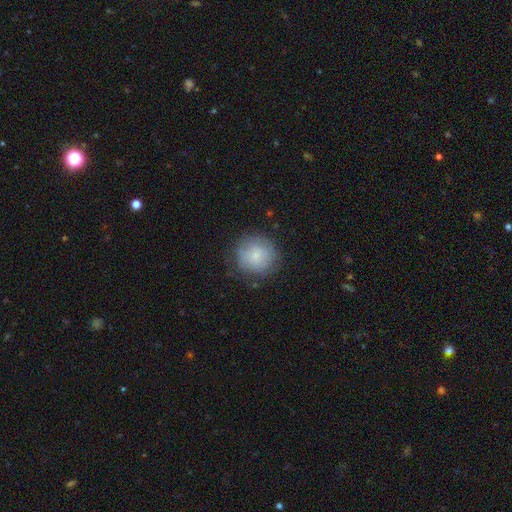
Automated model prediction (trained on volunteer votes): Smooth or featured: smooth — 76% (featured or disk — 17%)
How rounded: round — 93% (in between — 6%)
Merging: none — 76% (minor disturbance — 17%)